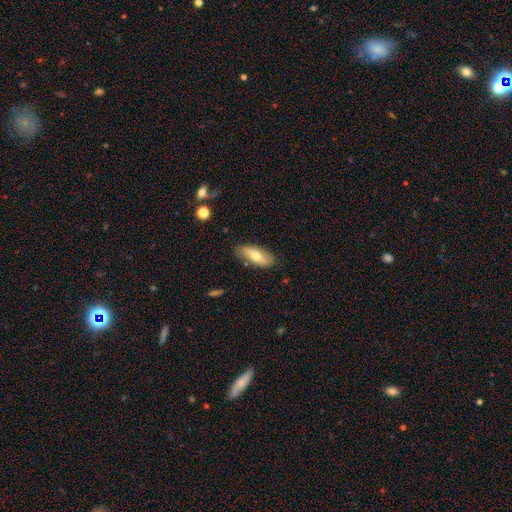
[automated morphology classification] Smooth or featured: smooth — 63% (featured or disk — 30%)
How rounded: in between — 74% (cigar-shaped — 23%)
Merging: none — 81% (minor disturbance — 14%)